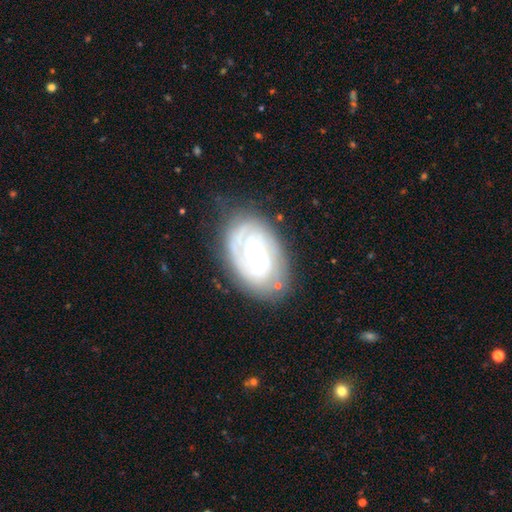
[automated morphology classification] Smooth or featured? Predicted: featured or disk (p=0.85). Edge-on disk? Predicted: no (p=0.97). Bar? Predicted: no (p=0.57). Spiral arms? Predicted: yes (p=0.95). Spiral winding? Predicted: tight (p=0.70). Spiral arm count? Predicted: 2 (p=0.36). Bulge size? Predicted: small (p=0.49). Merging? Predicted: none (p=0.74).